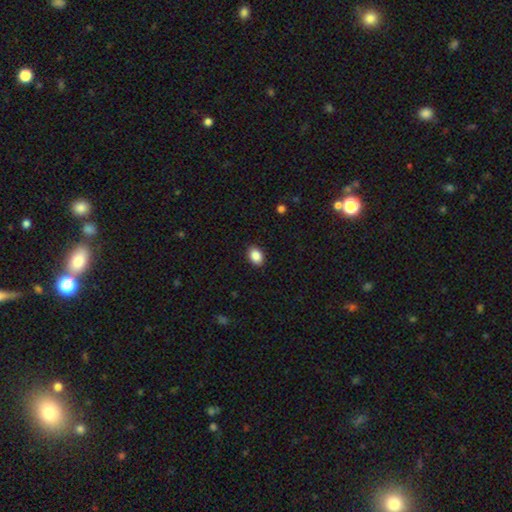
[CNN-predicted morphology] Smooth or featured?
  - smooth: 89% *
  - star or artifact: 8%
  - featured or disk: 4%
How rounded?
  - in between: 77% *
  - round: 22%
  - cigar-shaped: 1%
Merging?
  - none: 90% *
  - minor disturbance: 7%
  - major disturbance: 2%
  - merger: 1%